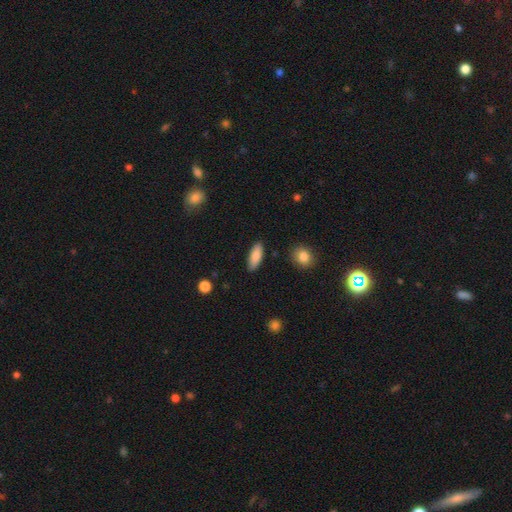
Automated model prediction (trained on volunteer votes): This appears to be a smooth galaxy with no disk features (86%) that is in between round and cigar-shaped (70%). Merging: none (87%).